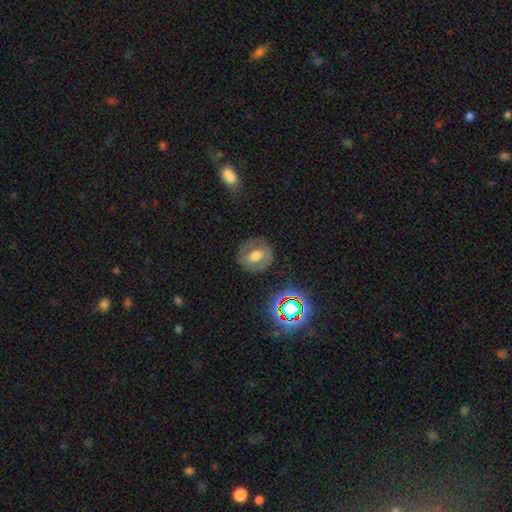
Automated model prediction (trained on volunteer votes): This appears to be a featured or disk galaxy (45%). Merging: none (78%).